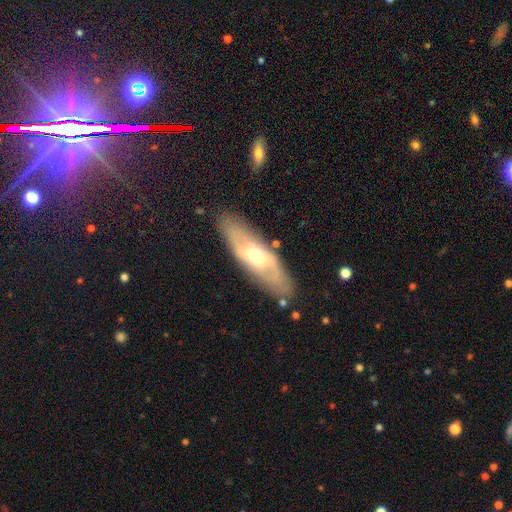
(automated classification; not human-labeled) Smooth or featured: featured or disk — 58% (smooth — 36%)
Edge-on disk: no — 73% (yes — 27%)
Merging: none — 84% (minor disturbance — 11%)